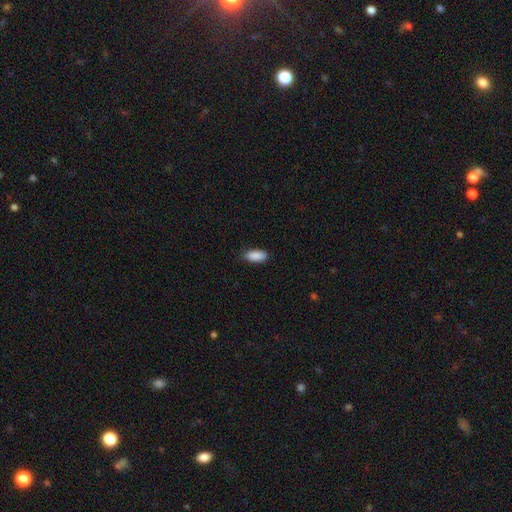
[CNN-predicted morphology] Smooth or featured?
  - smooth: 90% *
  - star or artifact: 6%
  - featured or disk: 4%
How rounded?
  - in between: 88% *
  - cigar-shaped: 10%
  - round: 2%
Merging?
  - none: 84% *
  - minor disturbance: 13%
  - major disturbance: 2%
  - merger: 1%